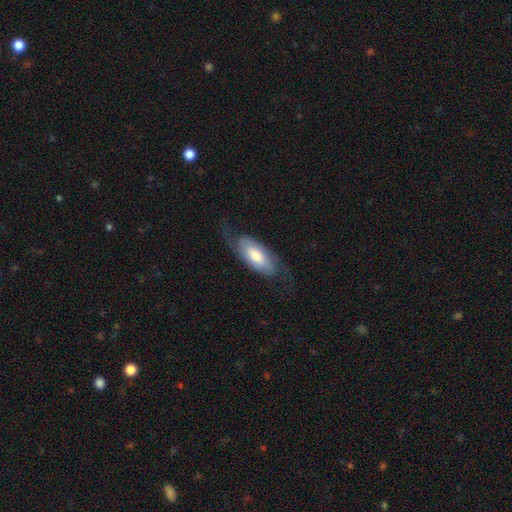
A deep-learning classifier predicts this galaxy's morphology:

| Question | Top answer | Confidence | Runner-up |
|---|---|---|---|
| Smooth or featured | featured or disk | 54% | smooth (40%) |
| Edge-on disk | no | 85% | yes (15%) |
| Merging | none | 66% | minor disturbance (20%) |